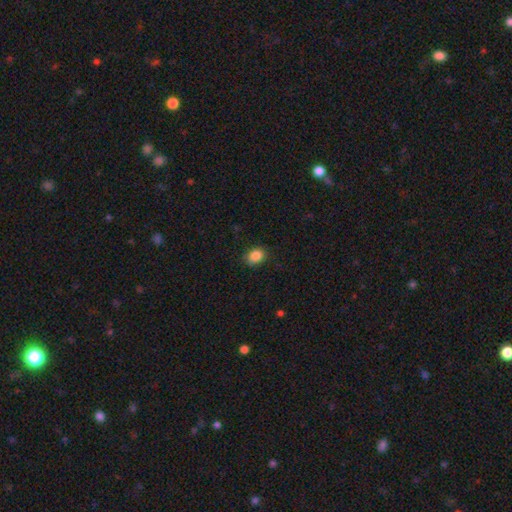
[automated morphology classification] Q: Smooth or featured?
A: smooth (86%); runner-up: star or artifact (9%)
Q: How rounded?
A: in between (63%); runner-up: round (36%)
Q: Merging?
A: none (84%); runner-up: minor disturbance (12%)